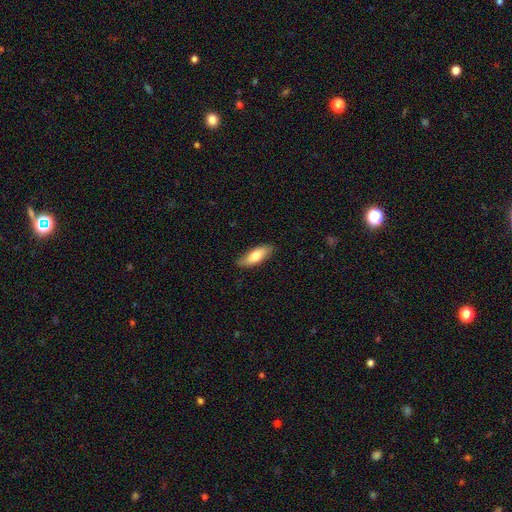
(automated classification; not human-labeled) smooth 73%, featured or disk 21%, star or artifact 6%. Down the decision tree: how rounded — in between (69%); merging — none (79%).